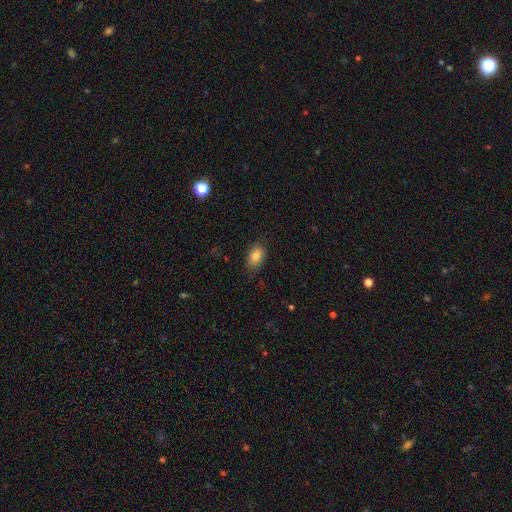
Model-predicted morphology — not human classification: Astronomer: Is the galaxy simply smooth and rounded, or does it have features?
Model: smooth — 84%.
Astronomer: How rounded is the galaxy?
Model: in between — 88%.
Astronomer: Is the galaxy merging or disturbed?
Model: none — 75%.